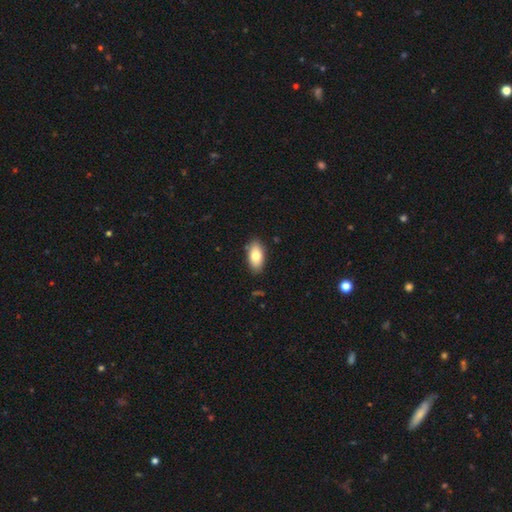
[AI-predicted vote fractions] This is clearly a smooth galaxy (81%). How rounded: clearly in between (92%). Merging: clearly none (85%).